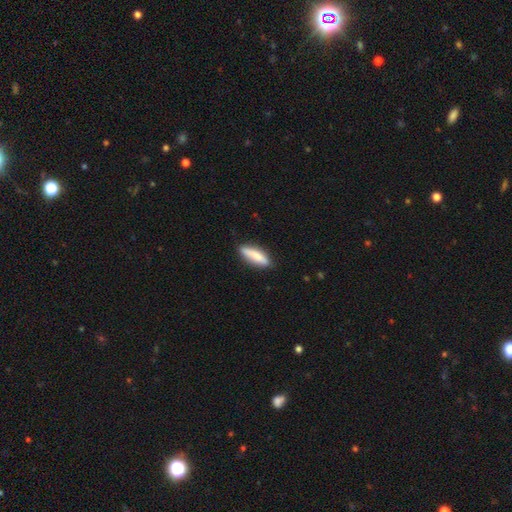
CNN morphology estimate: A smooth galaxy with no disk features (80%) that is cigar-shaped (59%).

Vote fractions:
- Smooth or featured? smooth: 80% / featured or disk: 15% / star or artifact: 6%
- How rounded? cigar-shaped: 59% / in between: 40% / round: 2%
- Merging? none: 83% / minor disturbance: 13% / major disturbance: 2% / merger: 1%